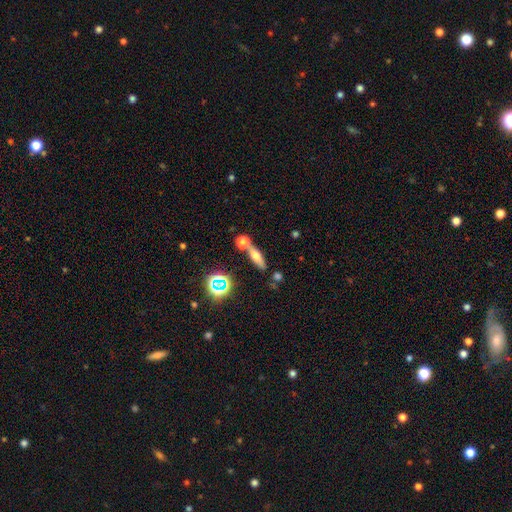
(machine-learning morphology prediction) Smooth or featured: smooth — 52% (featured or disk — 32%)
How rounded: cigar-shaped — 50% (in between — 40%)
Merging: none — 64% (merger — 21%)